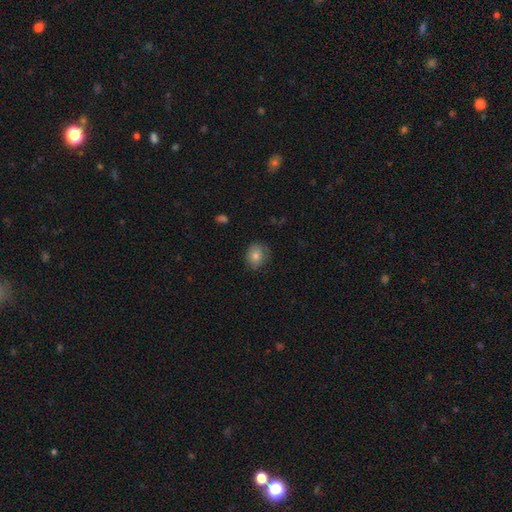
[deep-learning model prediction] Smooth or featured: smooth — 78% (featured or disk — 13%)
How rounded: round — 70% (in between — 29%)
Merging: none — 76% (minor disturbance — 19%)